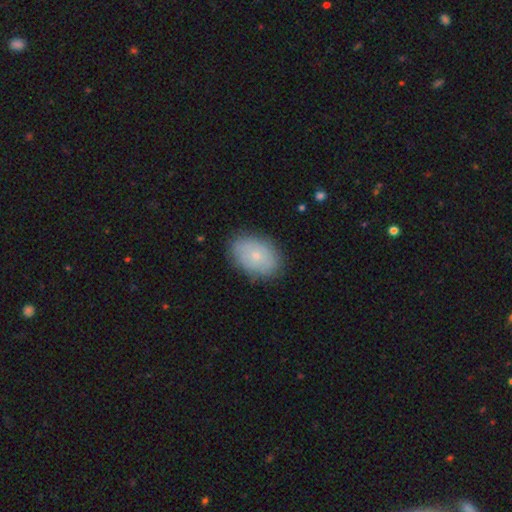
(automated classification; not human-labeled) smooth_or_featured: smooth (p=0.73) [alt: featured or disk p=0.20]
how_rounded: in between (p=0.86) [alt: round p=0.13]
merging: none (p=0.83) [alt: minor disturbance p=0.13]